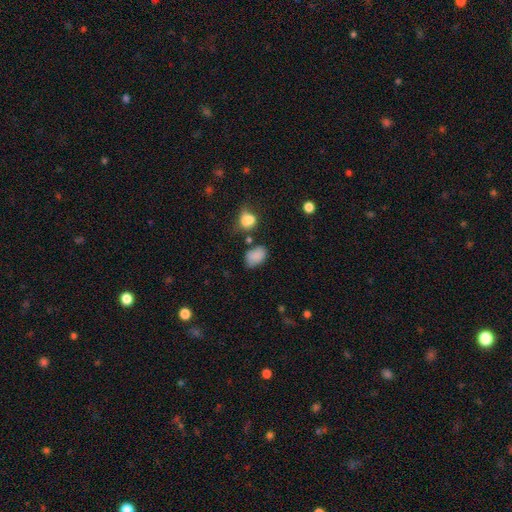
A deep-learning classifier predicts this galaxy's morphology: Q: Smooth or featured?
A: smooth (83%); runner-up: star or artifact (11%)
Q: How rounded?
A: in between (81%); runner-up: round (18%)
Q: Merging?
A: none (59%); runner-up: minor disturbance (24%)